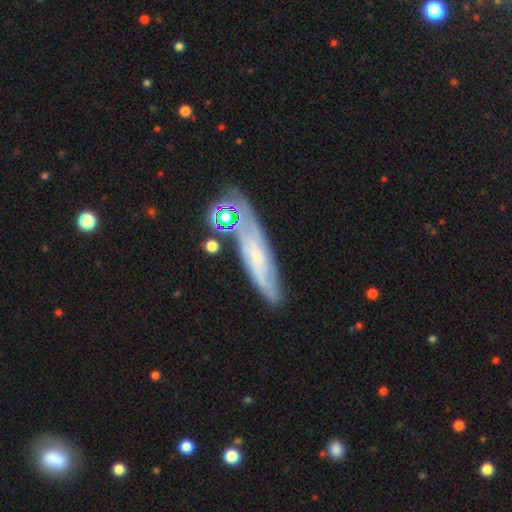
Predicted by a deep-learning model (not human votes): This appears to be a featured or disk galaxy (67%). Merging: none (66%).